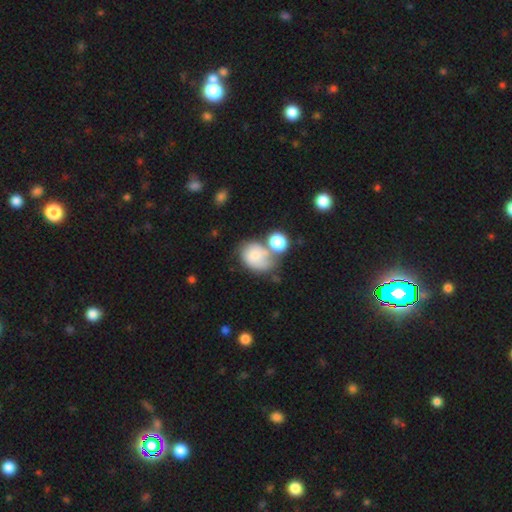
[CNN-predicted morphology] Overall: smooth (71%). How rounded: in between (58%; round 41%). Merging: merger (37%; none 30%).